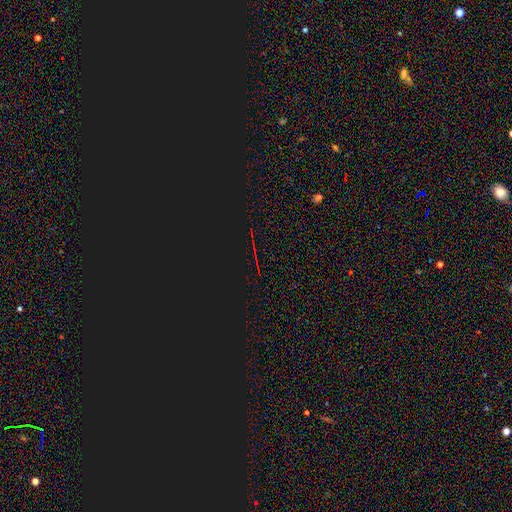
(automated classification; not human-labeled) Morphology: type=star or artifact (83%).